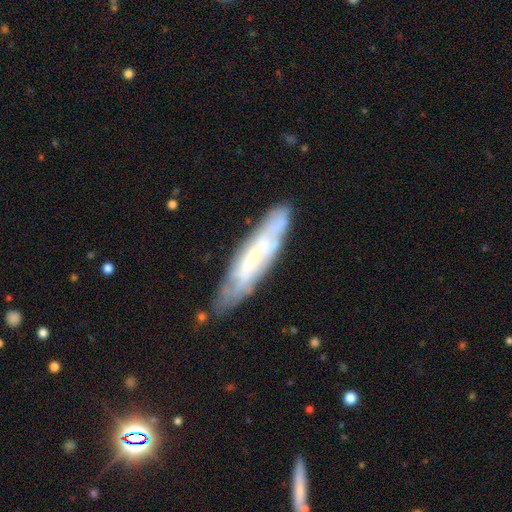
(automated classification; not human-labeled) A featured or disk galaxy (53%).

Vote fractions:
- Smooth or featured? featured or disk: 53% / smooth: 40% / star or artifact: 7%
- Edge-on disk? no: 51% / yes: 49%
- Merging? none: 71% / minor disturbance: 21% / major disturbance: 6% / merger: 3%